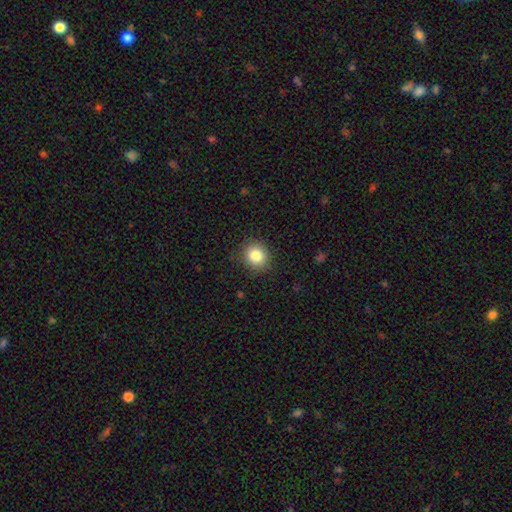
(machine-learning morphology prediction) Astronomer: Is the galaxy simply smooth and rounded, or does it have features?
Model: smooth — 84%.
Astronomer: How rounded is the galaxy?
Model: round — 81%.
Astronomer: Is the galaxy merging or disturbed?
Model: none — 88%.